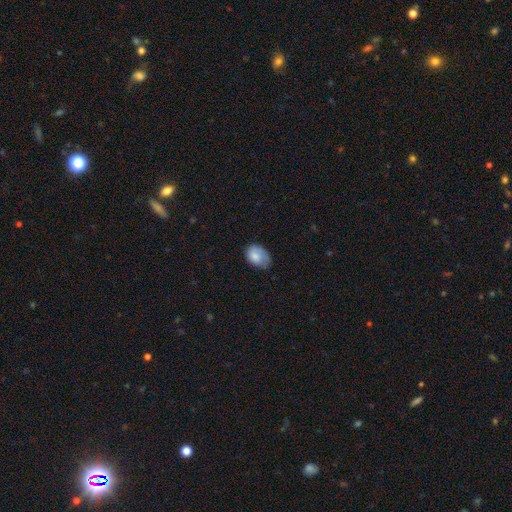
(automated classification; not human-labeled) Smooth or featured? Predicted: smooth (p=0.77). How rounded? Predicted: in between (p=0.80). Merging? Predicted: none (p=0.55).